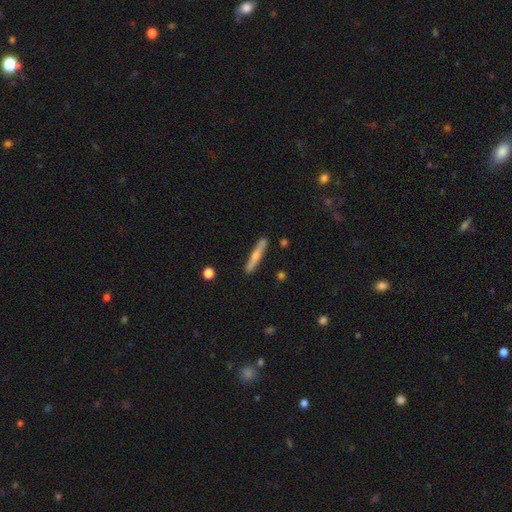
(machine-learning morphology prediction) Smooth or featured? Predicted: smooth (p=0.51). How rounded? Predicted: cigar-shaped (p=0.94). Merging? Predicted: none (p=0.87).